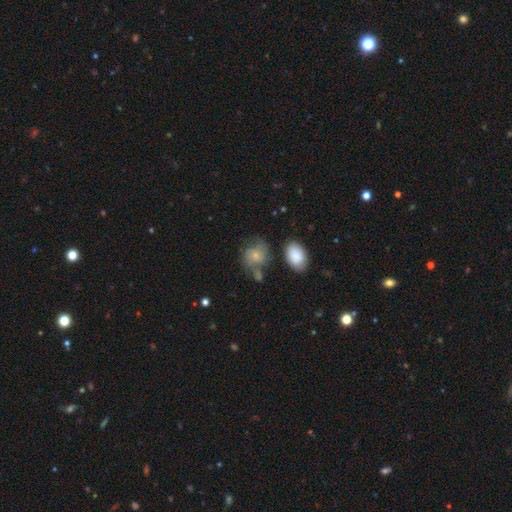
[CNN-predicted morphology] smooth_or_featured: smooth (p=0.64) [alt: featured or disk p=0.27]
how_rounded: round (p=0.58) [alt: in between p=0.40]
merging: none (p=0.48) [alt: minor disturbance p=0.24]